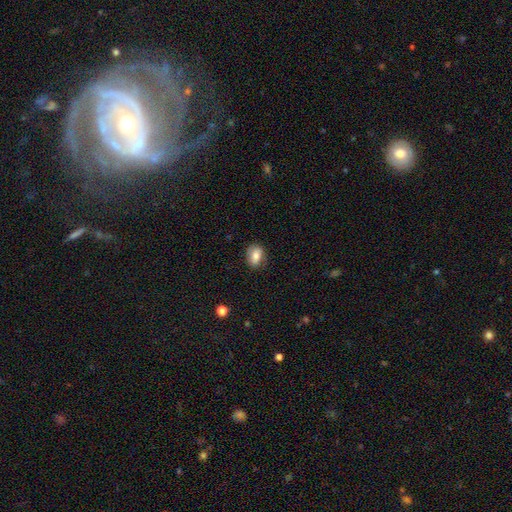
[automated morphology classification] A smooth galaxy with no disk features (76%) that is in between round and cigar-shaped (67%).

Vote fractions:
- Smooth or featured? smooth: 76% / featured or disk: 16% / star or artifact: 8%
- How rounded? in between: 67% / round: 32% / cigar-shaped: 1%
- Merging? none: 78% / minor disturbance: 16% / major disturbance: 4% / merger: 1%